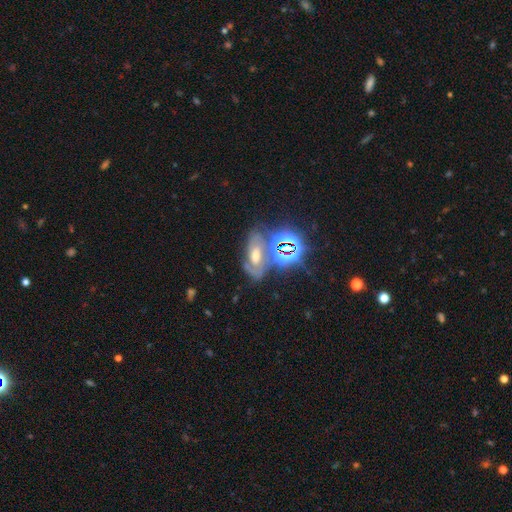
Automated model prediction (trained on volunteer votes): Q: Smooth or featured?
A: star or artifact (43%); runner-up: featured or disk (37%)